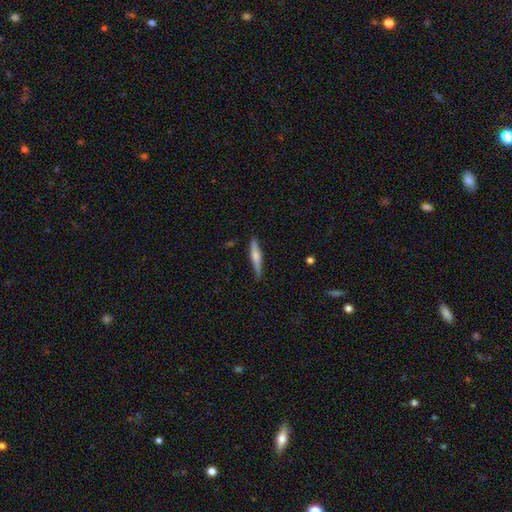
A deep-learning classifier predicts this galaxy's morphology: Smooth or featured: smooth — 53% (featured or disk — 42%)
How rounded: cigar-shaped — 90% (in between — 9%)
Merging: none — 82% (minor disturbance — 14%)